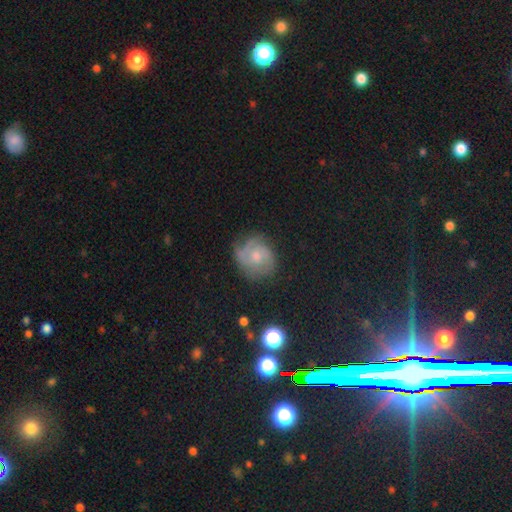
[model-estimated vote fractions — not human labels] This is likely a featured or disk galaxy (68%). It is clearly not viewed edge-on (98%). Bar: likely no (69%). Spiral arm pattern: clearly yes (89%). Spiral arm count: marginally 2 (35%). Spiral winding: possibly tight (47%). Central bulge: possibly small (45%, tied with moderate). Merging: likely none (64%).